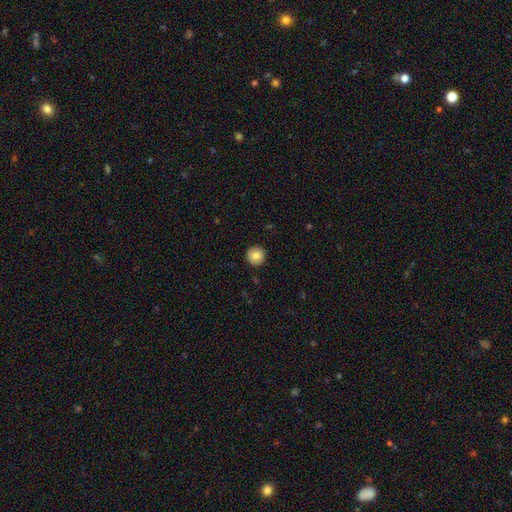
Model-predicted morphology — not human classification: Q: Smooth or featured?
A: smooth (83%); runner-up: featured or disk (9%)
Q: How rounded?
A: round (96%); runner-up: in between (3%)
Q: Merging?
A: none (92%); runner-up: minor disturbance (5%)